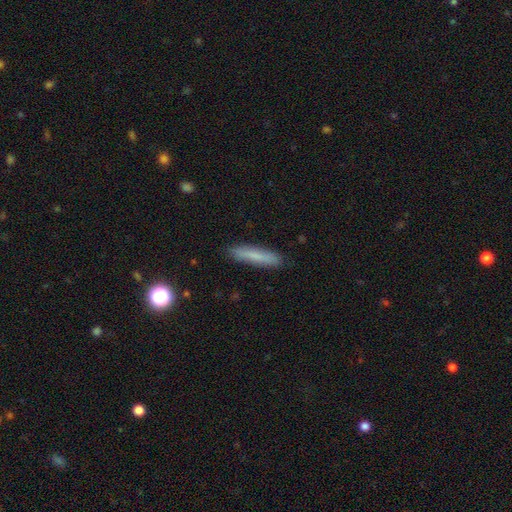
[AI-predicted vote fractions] smooth 75%, featured or disk 17%, star or artifact 8%. Down the decision tree: how rounded — cigar-shaped (90%); merging — none (89%).